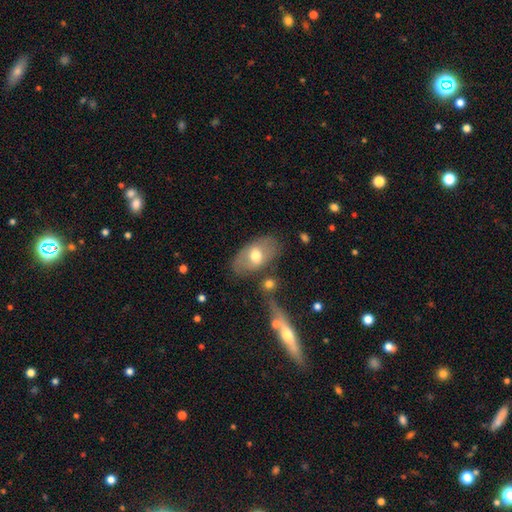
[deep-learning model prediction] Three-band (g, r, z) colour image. It shows a smooth galaxy with no disk features (58%) that is in between round and cigar-shaped (91%). Merging: none (67%).